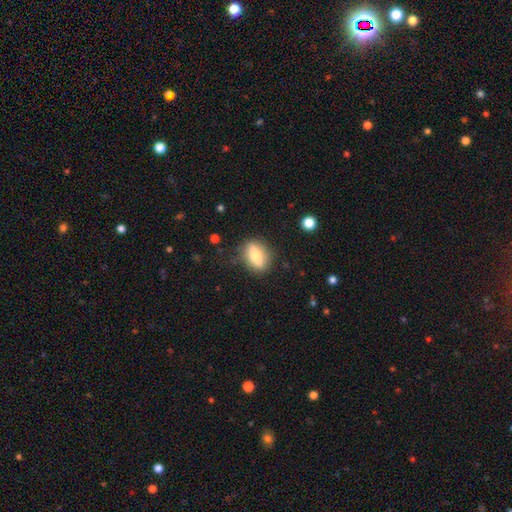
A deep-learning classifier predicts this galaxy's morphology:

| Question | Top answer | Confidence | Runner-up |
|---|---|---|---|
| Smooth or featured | smooth | 64% | featured or disk (28%) |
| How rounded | in between | 65% | cigar-shaped (22%) |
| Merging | none | 83% | minor disturbance (12%) |